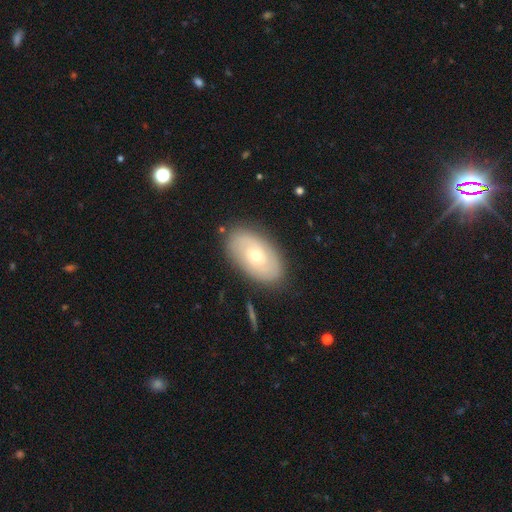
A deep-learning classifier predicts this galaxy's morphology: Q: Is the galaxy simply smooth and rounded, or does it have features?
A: featured or disk — 62%.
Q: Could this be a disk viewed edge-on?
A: no — 93%.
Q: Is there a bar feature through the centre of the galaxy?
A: no — 73%.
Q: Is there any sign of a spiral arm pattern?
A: yes — 76%.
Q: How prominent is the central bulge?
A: moderate — 50%.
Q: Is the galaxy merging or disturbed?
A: none — 84%.